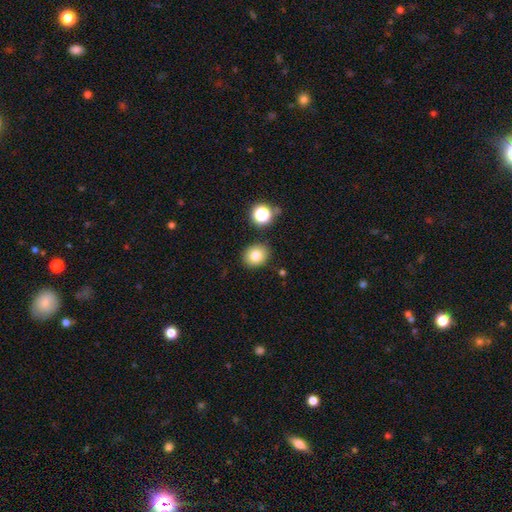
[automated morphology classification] type=smooth (79%); roundness=round (65%); merging=none (85%).